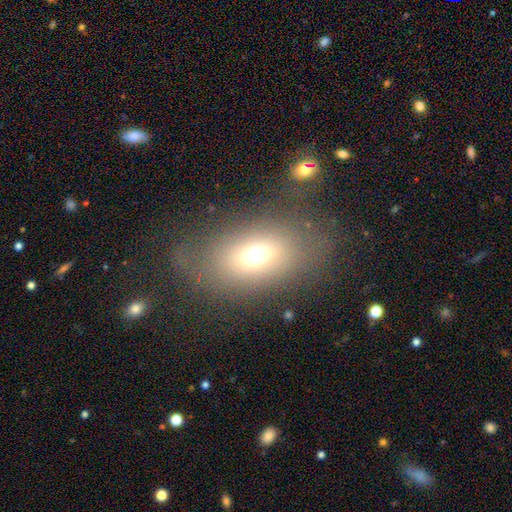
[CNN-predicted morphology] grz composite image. It shows a smooth galaxy with no disk features (66%) that is in between round and cigar-shaped (78%). Merging: none (65%).